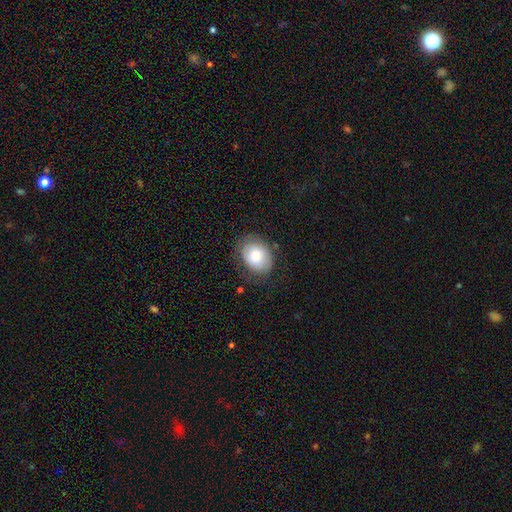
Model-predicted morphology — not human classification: This is likely a smooth galaxy (73%). How rounded: possibly in between (59%). Merging: likely none (73%).